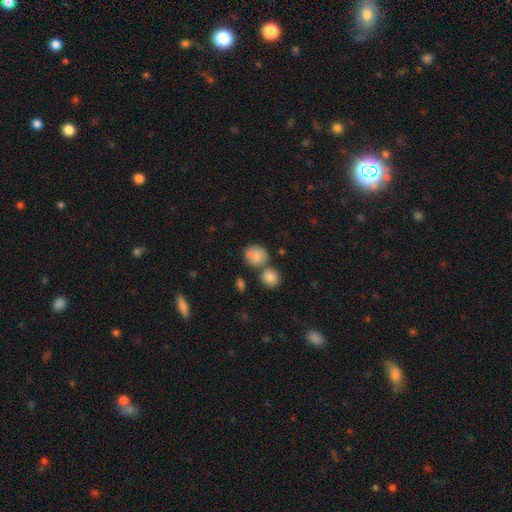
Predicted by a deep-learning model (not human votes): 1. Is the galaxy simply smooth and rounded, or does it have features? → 79% smooth, 12% featured or disk, 9% star or artifact.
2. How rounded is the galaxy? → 72% round, 26% in between, 1% cigar-shaped.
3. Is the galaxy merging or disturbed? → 50% none, 31% merger, 14% minor disturbance, 5% major disturbance.